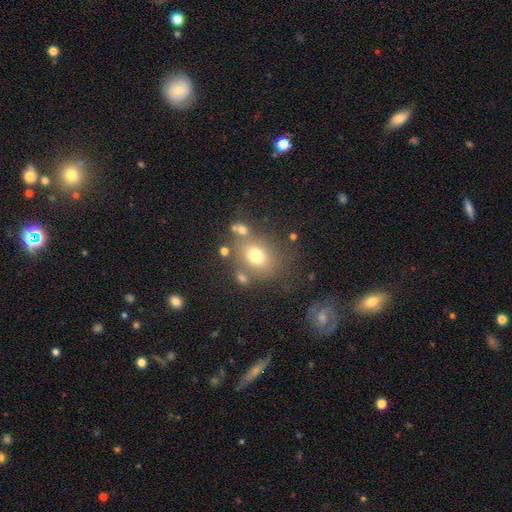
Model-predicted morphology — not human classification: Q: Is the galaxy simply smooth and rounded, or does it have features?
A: smooth — 70%.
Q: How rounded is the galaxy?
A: round — 50%.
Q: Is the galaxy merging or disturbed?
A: none — 66%.